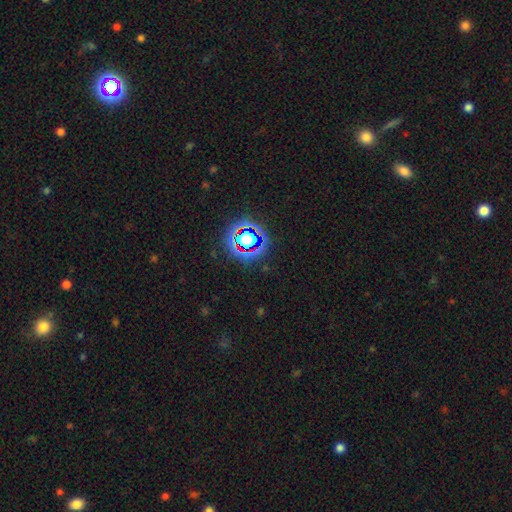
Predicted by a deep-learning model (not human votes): This appears to be a star or artifact, not a galaxy (76%).